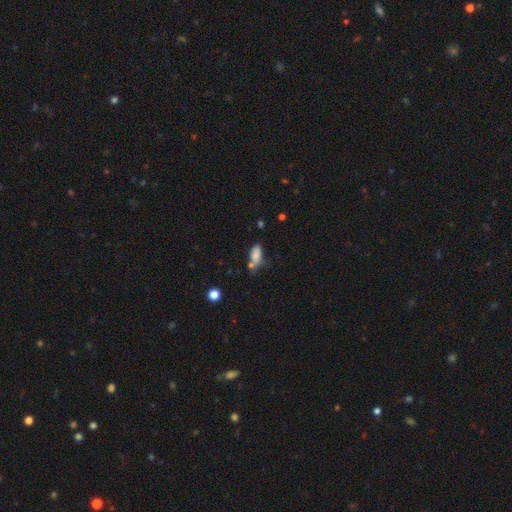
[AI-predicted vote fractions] This appears to be a smooth galaxy with no disk features (81%) that is in between round and cigar-shaped (84%). Merging: none (44%).